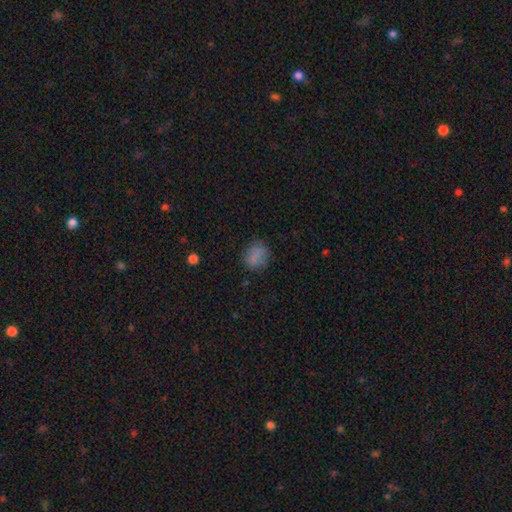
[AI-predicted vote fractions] This appears to be a smooth galaxy with no disk features (82%) that is round (60%). Merging: none (76%).